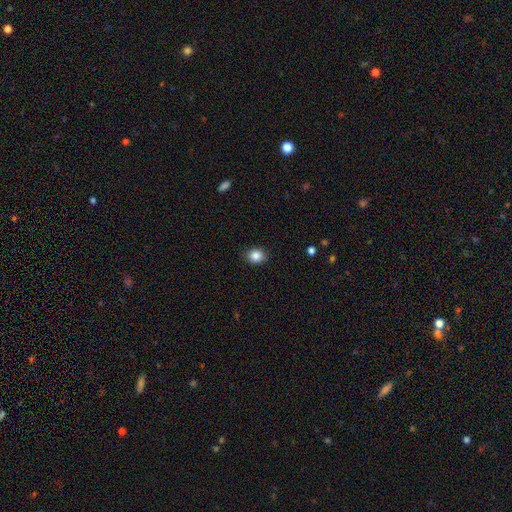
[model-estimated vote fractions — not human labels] Smooth or featured? Predicted: smooth (p=0.85). How rounded? Predicted: round (p=0.58). Merging? Predicted: none (p=0.87).